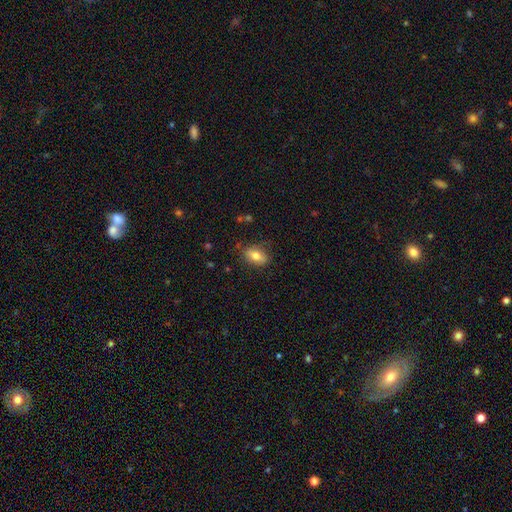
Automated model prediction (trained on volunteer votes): A smooth galaxy with no disk features (77%) that is in between round and cigar-shaped (85%). Merging: none (79%).